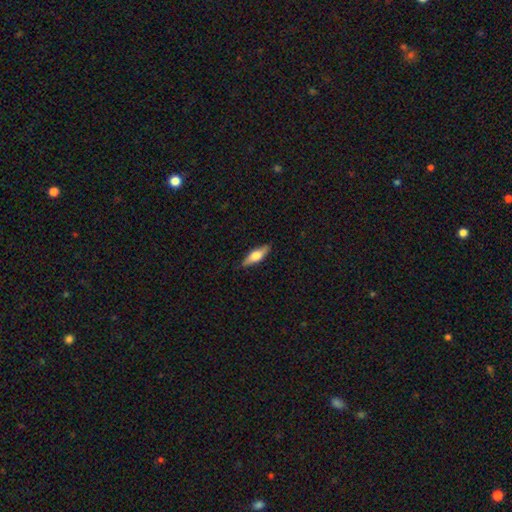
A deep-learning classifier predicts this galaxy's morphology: Smooth or featured? smooth (49%)
Merging? none (86%)